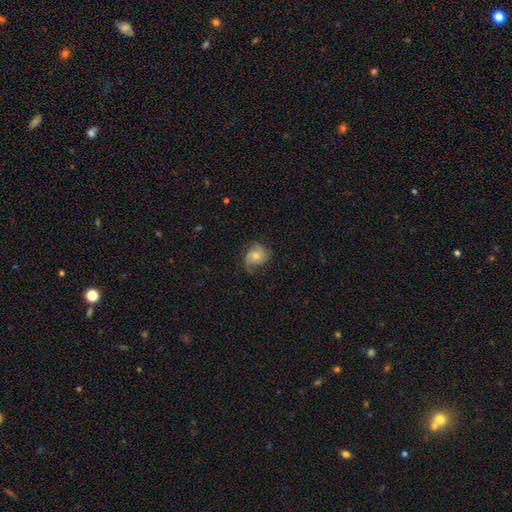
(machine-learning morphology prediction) Smooth or featured: featured or disk — 58% (smooth — 35%)
Edge-on disk: no — 97% (yes — 3%)
Bar: no — 77% (weak — 19%)
Spiral arms: yes — 88% (no — 12%)
Bulge size: moderate — 53% (small — 41%)
Merging: none — 52% (minor disturbance — 28%)